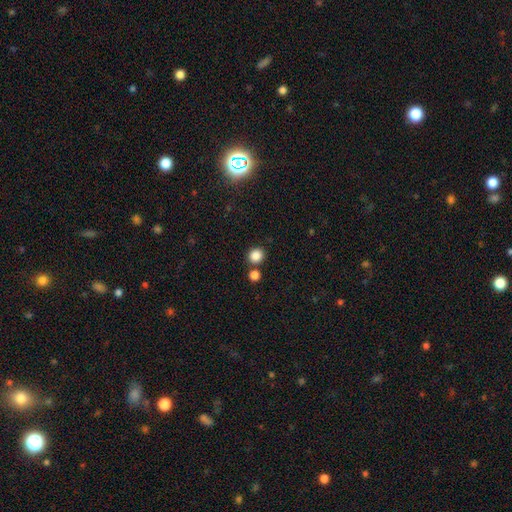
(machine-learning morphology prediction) smooth_or_featured: smooth (p=0.85) [alt: star or artifact p=0.11]
how_rounded: round (p=0.85) [alt: in between p=0.14]
merging: none (p=0.77) [alt: merger p=0.13]